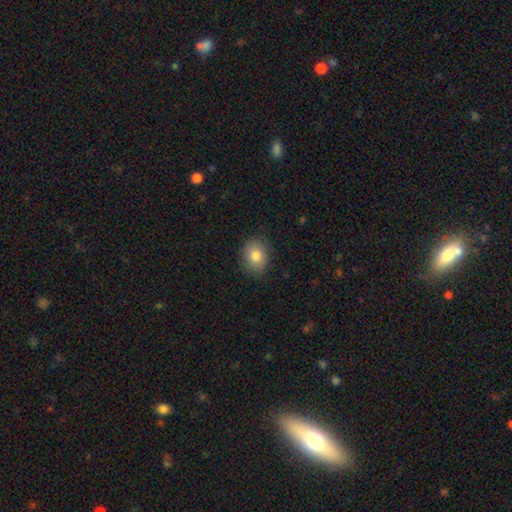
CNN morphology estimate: Smooth or featured?
  - smooth: 82% *
  - featured or disk: 9%
  - star or artifact: 9%
How rounded?
  - round: 50% *
  - in between: 49%
  - cigar-shaped: 1%
Merging?
  - none: 86% *
  - minor disturbance: 11%
  - major disturbance: 3%
  - merger: 1%